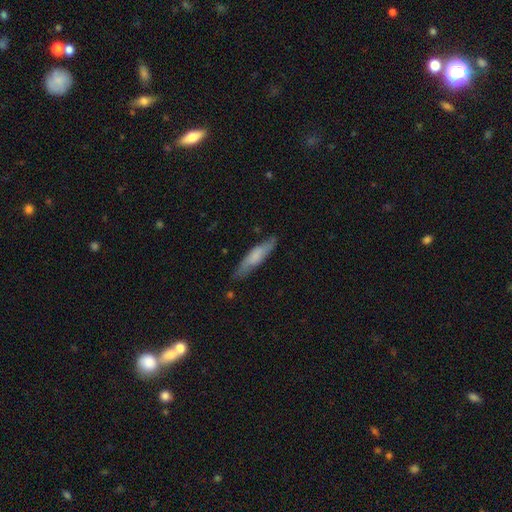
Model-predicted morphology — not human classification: A smooth galaxy with no disk features (64%) that is cigar-shaped (81%). Merging: none (79%).